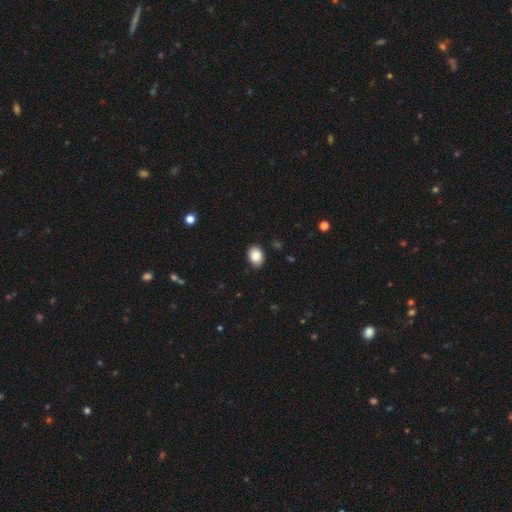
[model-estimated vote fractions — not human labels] Q: Smooth or featured?
A: smooth (88%); runner-up: star or artifact (8%)
Q: How rounded?
A: in between (73%); runner-up: round (26%)
Q: Merging?
A: none (85%); runner-up: minor disturbance (11%)